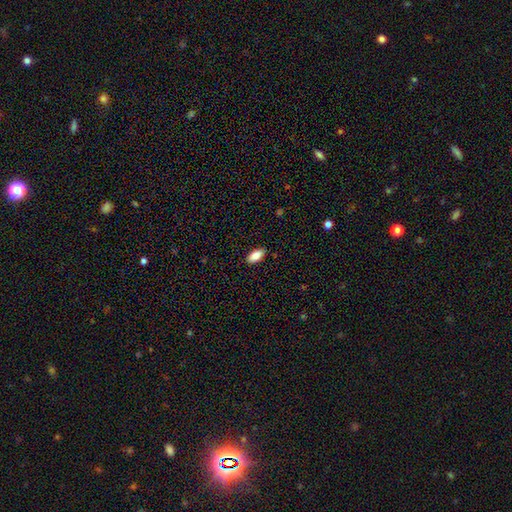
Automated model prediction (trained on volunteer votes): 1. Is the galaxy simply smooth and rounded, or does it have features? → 85% smooth, 8% featured or disk, 7% star or artifact.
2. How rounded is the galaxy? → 90% in between, 7% cigar-shaped, 3% round.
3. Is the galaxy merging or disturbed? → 88% none, 9% minor disturbance, 2% major disturbance, 1% merger.